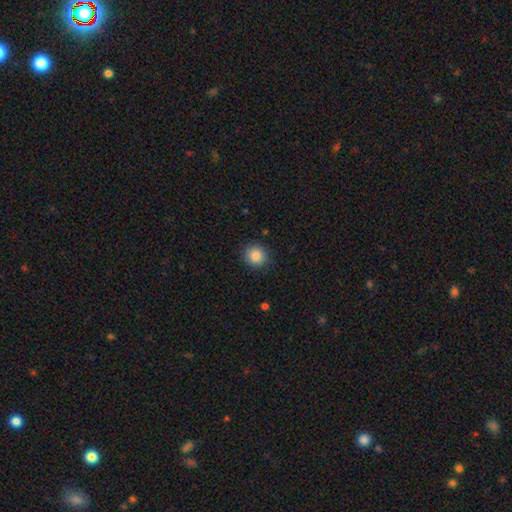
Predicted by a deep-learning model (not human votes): The model was most divided on "smooth or featured": smooth: 86%, star or artifact: 9%, featured or disk: 5%. More confident: how rounded — round (89%); merging — none (89%).